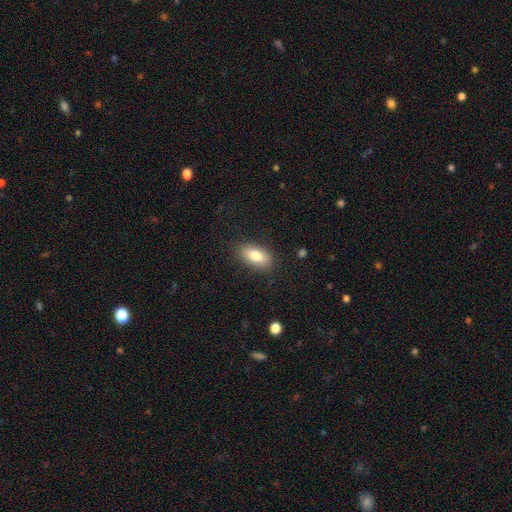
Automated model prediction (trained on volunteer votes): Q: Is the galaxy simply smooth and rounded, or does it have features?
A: smooth — 81%.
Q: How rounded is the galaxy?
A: in between — 89%.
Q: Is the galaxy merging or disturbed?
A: none — 85%.